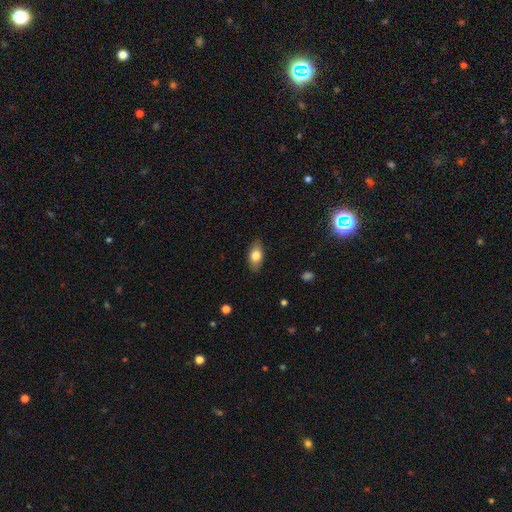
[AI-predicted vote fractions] Morphology: type=smooth (78%); roundness=in between (88%); merging=none (85%).